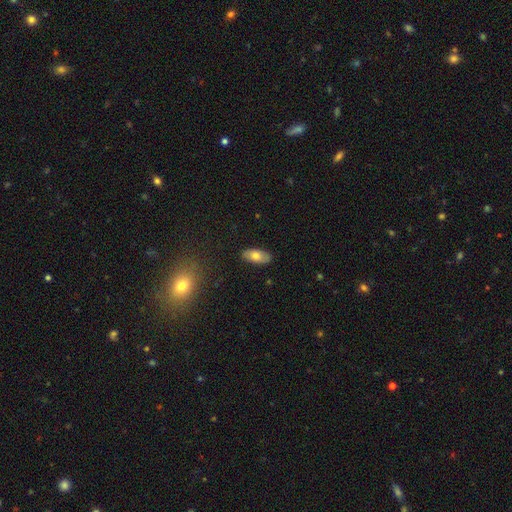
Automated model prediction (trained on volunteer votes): The model was most divided on "smooth or featured": smooth: 68%, featured or disk: 24%, star or artifact: 7%. More confident: how rounded — in between (90%); merging — none (86%).